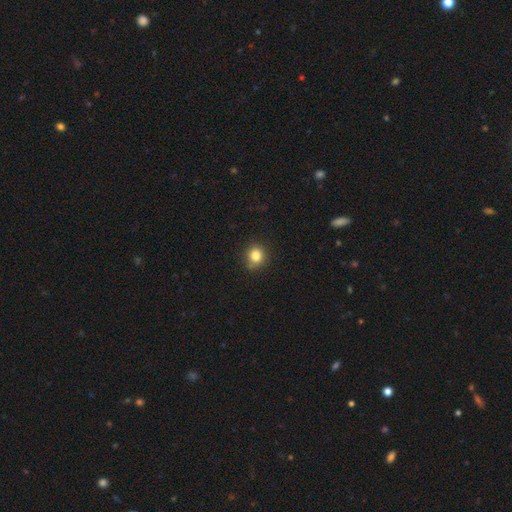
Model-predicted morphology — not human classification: This is clearly a smooth galaxy (82%). How rounded: clearly round (87%). Merging: clearly none (80%).